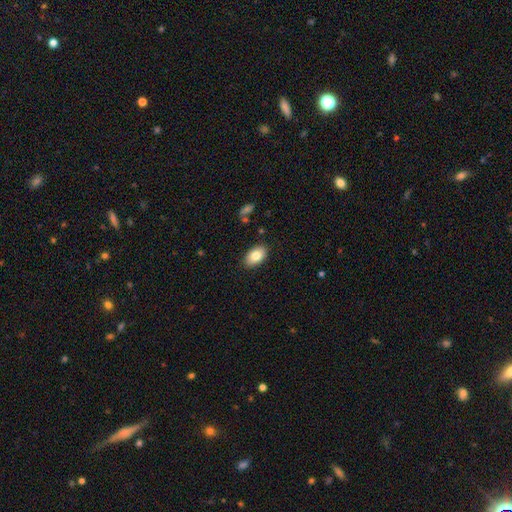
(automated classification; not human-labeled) This is clearly a smooth galaxy (81%). How rounded: clearly in between (93%). Merging: clearly none (88%).